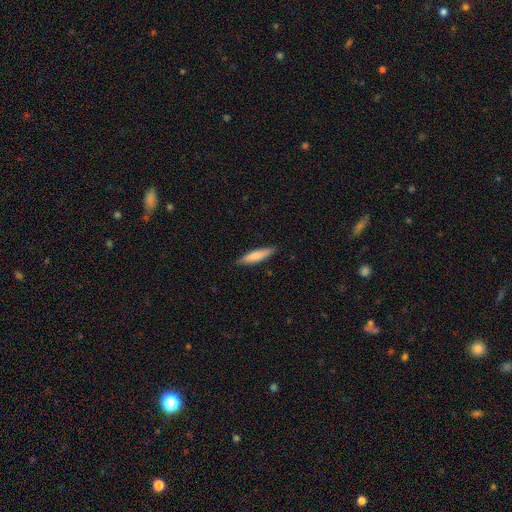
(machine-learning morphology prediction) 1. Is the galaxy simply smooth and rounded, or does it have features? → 78% smooth, 17% featured or disk, 5% star or artifact.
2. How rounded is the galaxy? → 77% cigar-shaped, 22% in between, 1% round.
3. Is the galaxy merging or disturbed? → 88% none, 10% minor disturbance, 2% major disturbance, 1% merger.